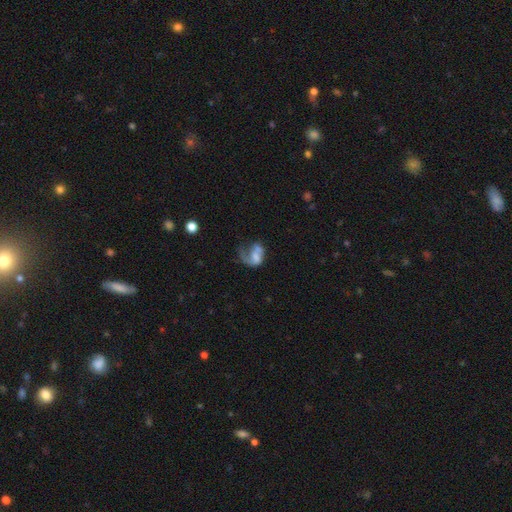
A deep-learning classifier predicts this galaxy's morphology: Smooth or featured?
  - featured or disk: 53% *
  - smooth: 37%
  - star or artifact: 10%
Edge-on disk?
  - no: 97% *
  - yes: 3%
Bar?
  - no: 69% *
  - weak: 24%
  - strong: 8%
Spiral arms?
  - yes: 58% *
  - no: 42%
Bulge size?
  - none: 42% *
  - small: 23%
  - moderate: 22%
  - large: 11%
  - dominant: 3%
Merging?
  - major disturbance: 44% *
  - none: 23%
  - merger: 18%
  - minor disturbance: 15%